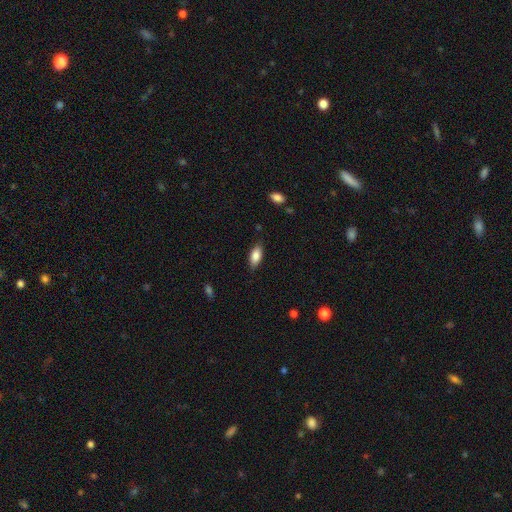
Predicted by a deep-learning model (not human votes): This appears to be a smooth galaxy with no disk features (82%) that is in between round and cigar-shaped (85%). Merging: none (83%).